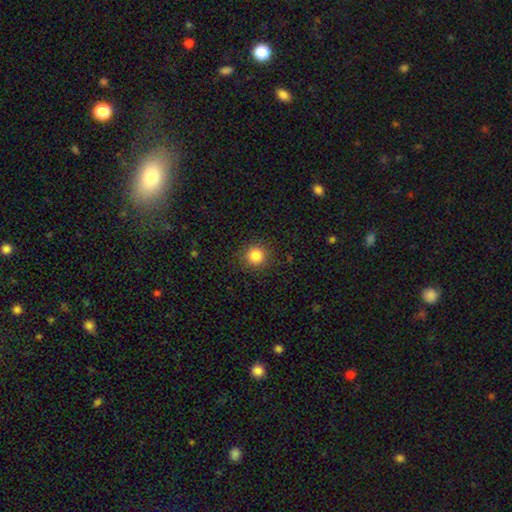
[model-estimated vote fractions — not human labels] This is clearly a smooth galaxy (83%). How rounded: clearly round (94%). Merging: clearly none (89%).